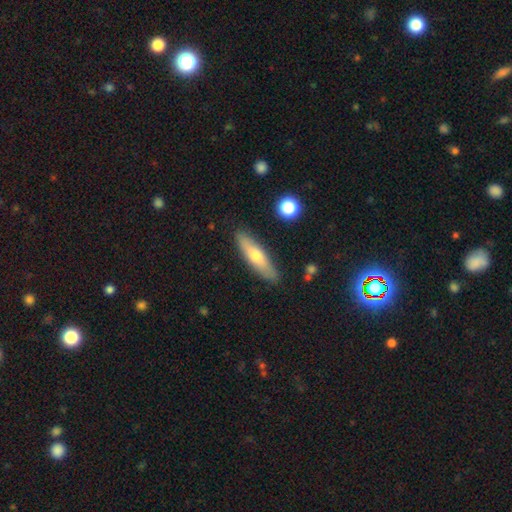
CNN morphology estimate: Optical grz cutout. It shows a smooth galaxy with no disk features (57%) that is cigar-shaped (69%). Merging: none (87%).